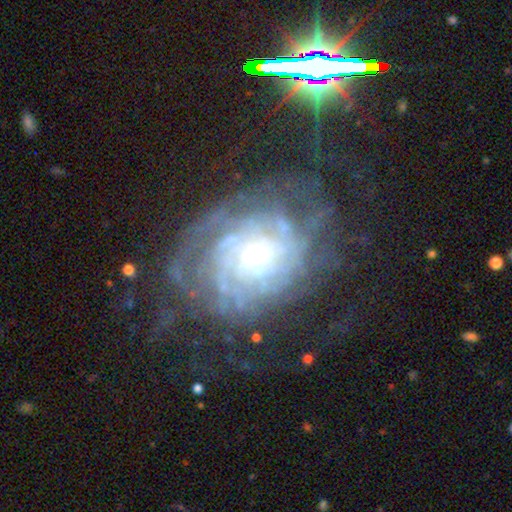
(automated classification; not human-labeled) Smooth or featured?
  - featured or disk: 82% *
  - smooth: 9%
  - star or artifact: 8%
Edge-on disk?
  - no: 97% *
  - yes: 3%
Bar?
  - no: 76% *
  - weak: 19%
  - strong: 5%
Spiral arms?
  - yes: 87% *
  - no: 13%
Spiral winding?
  - tight: 65% *
  - medium: 25%
  - loose: 10%
Spiral arm count?
  - can't tell: 48% *
  - more than 4: 14%
  - 4: 11%
  - 2: 11%
  - 3: 9%
  - 1: 6%
Bulge size?
  - small: 63% *
  - moderate: 30%
  - large: 4%
  - none: 2%
  - dominant: 1%
Merging?
  - none: 58% *
  - major disturbance: 22%
  - minor disturbance: 18%
  - merger: 3%